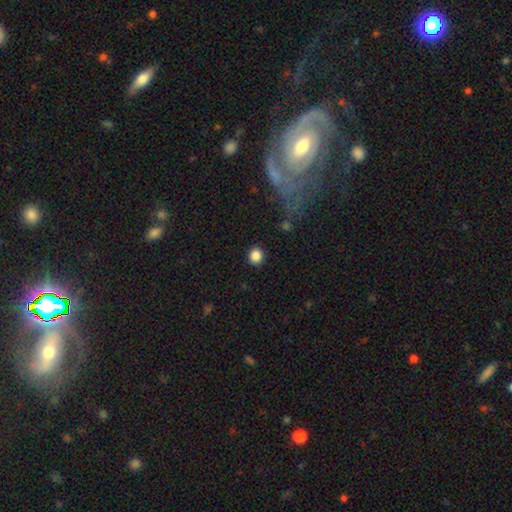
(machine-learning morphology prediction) type=smooth (86%); roundness=round (79%); merging=none (90%).